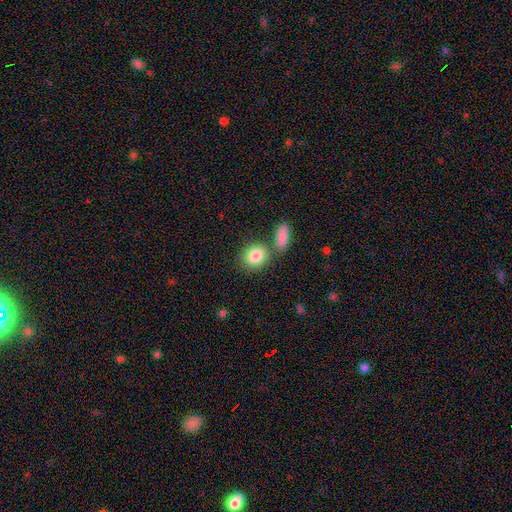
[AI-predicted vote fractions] Smooth or featured? Predicted: smooth (p=0.85). How rounded? Predicted: round (p=0.56). Merging? Predicted: none (p=0.66).